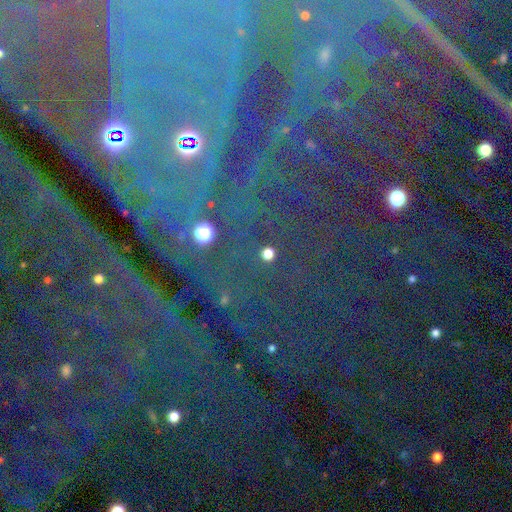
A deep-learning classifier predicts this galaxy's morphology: A star or artifact, not a galaxy (77%).

Vote fractions:
- Smooth or featured? star or artifact: 77% / featured or disk: 13% / smooth: 10%